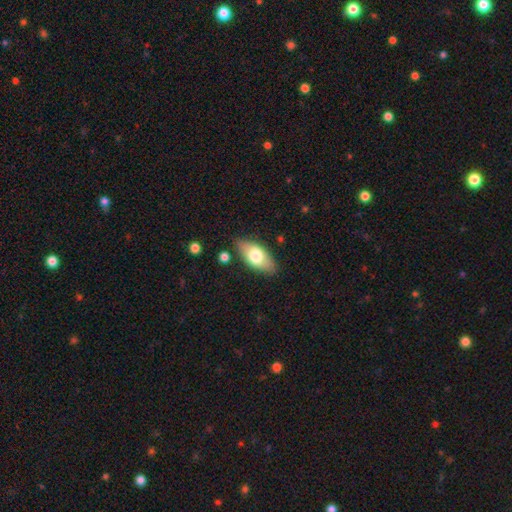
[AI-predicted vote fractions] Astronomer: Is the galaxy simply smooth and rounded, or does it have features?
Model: smooth — 67%.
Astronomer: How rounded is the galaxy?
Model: in between — 89%.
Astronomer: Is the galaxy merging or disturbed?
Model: none — 81%.